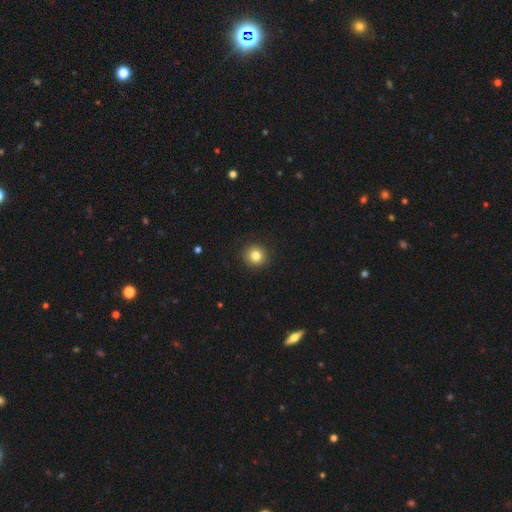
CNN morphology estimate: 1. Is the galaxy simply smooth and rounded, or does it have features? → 82% smooth, 11% star or artifact, 7% featured or disk.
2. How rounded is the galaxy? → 93% round, 6% in between, 1% cigar-shaped.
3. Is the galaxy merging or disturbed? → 93% none, 5% minor disturbance, 2% major disturbance, 1% merger.